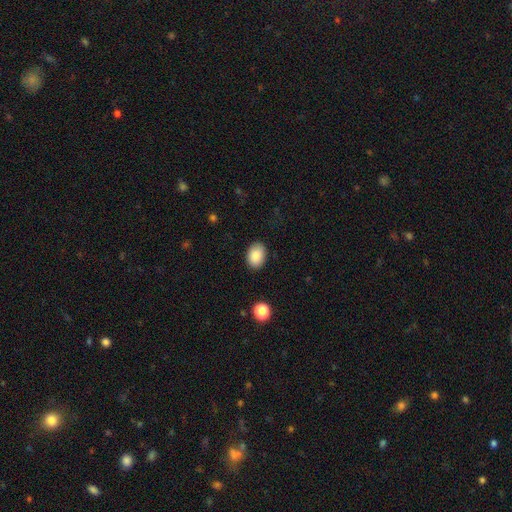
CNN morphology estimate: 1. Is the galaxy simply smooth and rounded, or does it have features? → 87% smooth, 8% star or artifact, 5% featured or disk.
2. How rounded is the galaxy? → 79% in between, 20% round, 1% cigar-shaped.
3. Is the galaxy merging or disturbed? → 88% none, 9% minor disturbance, 2% major disturbance, 1% merger.